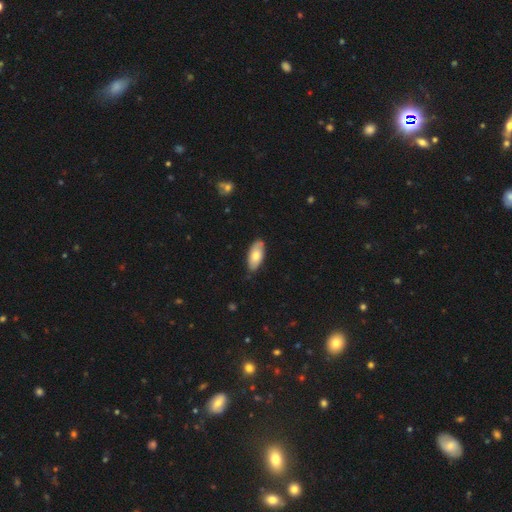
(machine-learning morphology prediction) A smooth galaxy with no disk features (71%) that is in between round and cigar-shaped (88%).

Vote fractions:
- Smooth or featured? smooth: 71% / featured or disk: 23% / star or artifact: 6%
- How rounded? in between: 88% / cigar-shaped: 10% / round: 2%
- Merging? none: 80% / minor disturbance: 17% / major disturbance: 2% / merger: 1%